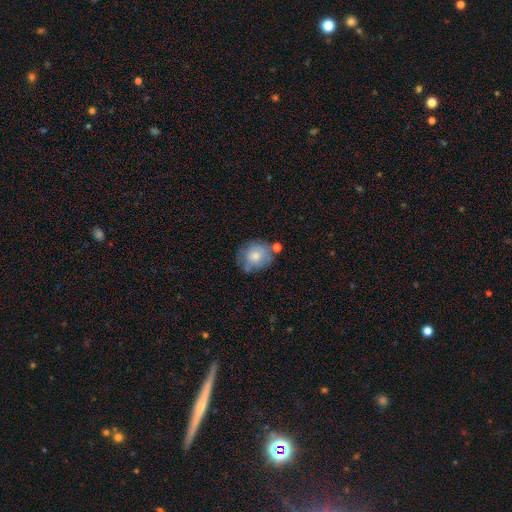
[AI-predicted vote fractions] A smooth galaxy with no disk features (69%) that is round (68%).

Vote fractions:
- Smooth or featured? smooth: 69% / featured or disk: 24% / star or artifact: 7%
- How rounded? round: 68% / in between: 31% / cigar-shaped: 1%
- Merging? none: 56% / minor disturbance: 23% / merger: 13% / major disturbance: 8%